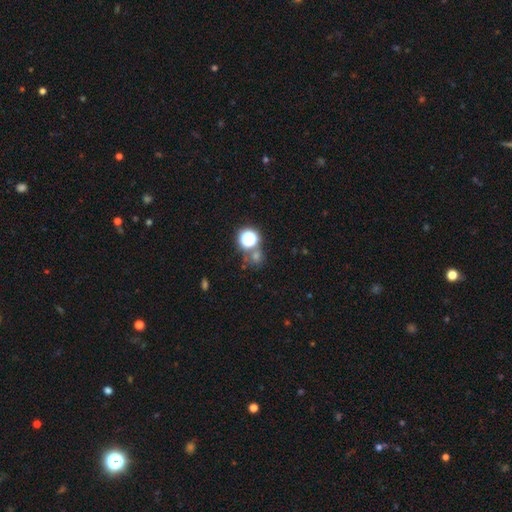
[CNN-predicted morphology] A star or artifact, not a galaxy (48%).